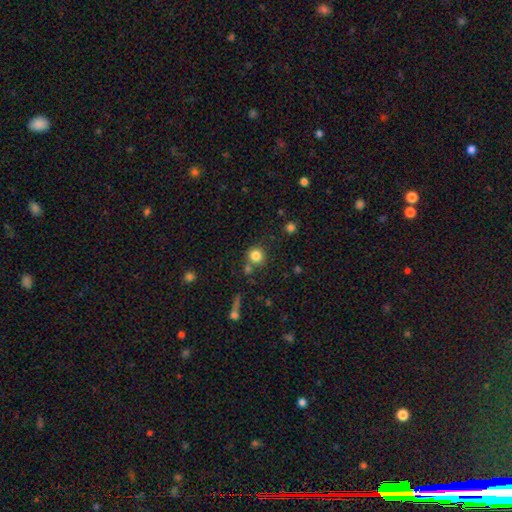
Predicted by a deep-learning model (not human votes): Morphology: type=smooth (83%); roundness=round (91%); merging=none (74%).